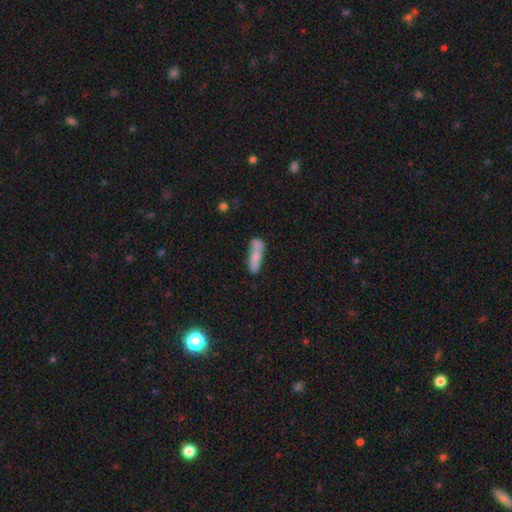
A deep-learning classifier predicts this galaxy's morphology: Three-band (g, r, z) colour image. It shows a smooth galaxy with no disk features (71%) that is cigar-shaped (52%). Merging: none (51%).